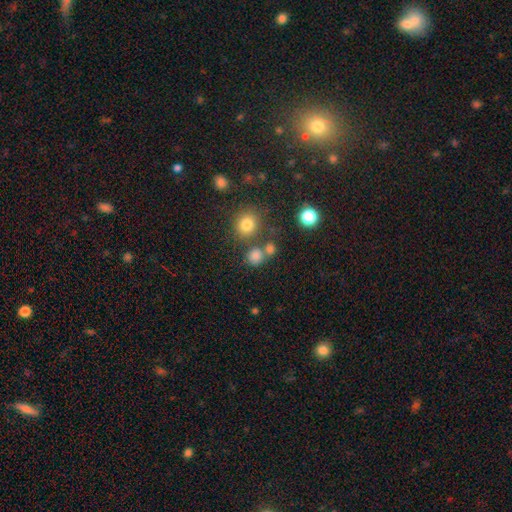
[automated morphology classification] This appears to be a smooth galaxy with no disk features (77%) that is round (82%). Merging: none (62%).